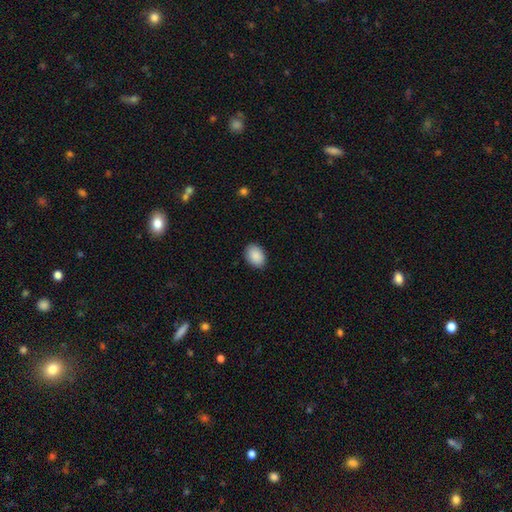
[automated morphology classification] type=smooth (91%); roundness=in between (82%); merging=none (88%).